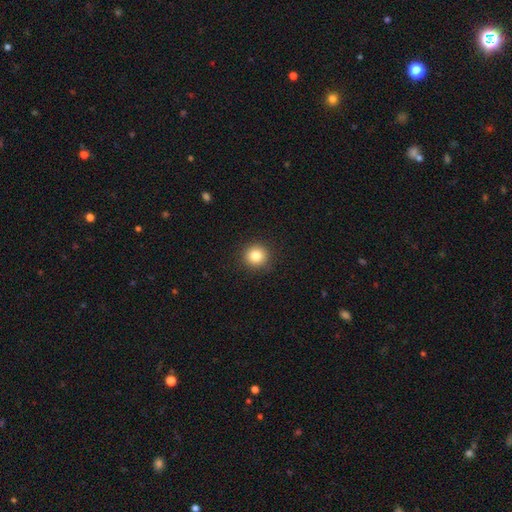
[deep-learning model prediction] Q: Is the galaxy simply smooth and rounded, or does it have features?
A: smooth — 82%.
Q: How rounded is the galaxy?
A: round — 93%.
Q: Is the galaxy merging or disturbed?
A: none — 91%.